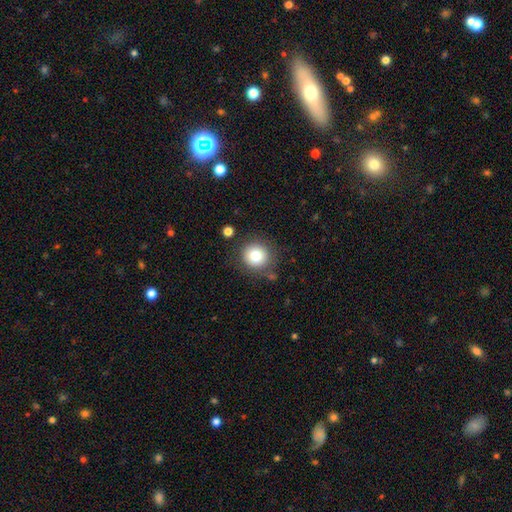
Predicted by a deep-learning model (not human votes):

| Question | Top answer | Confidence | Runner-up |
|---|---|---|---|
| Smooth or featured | smooth | 80% | star or artifact (11%) |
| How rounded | round | 92% | in between (7%) |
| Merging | none | 83% | minor disturbance (10%) |